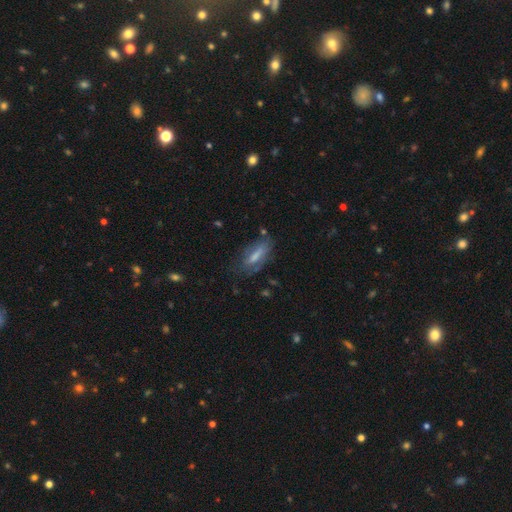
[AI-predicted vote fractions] smooth-or-featured: smooth: 59% | featured or disk: 32% | star or artifact: 9%
  how-rounded: in between: 55% | cigar-shaped: 42% | round: 2%
  merging: none: 59% | minor disturbance: 25% | major disturbance: 13% | merger: 3%